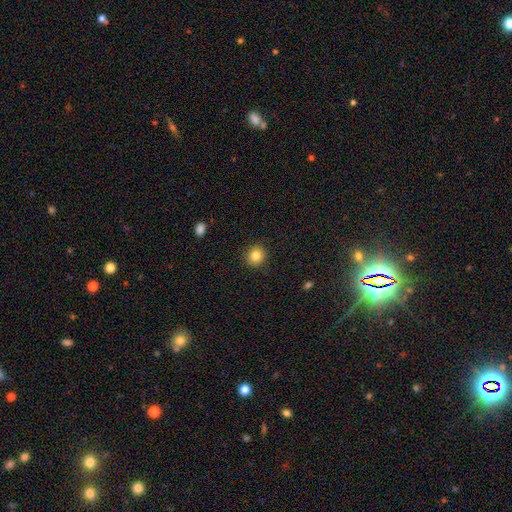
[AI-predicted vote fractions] smooth 84%, star or artifact 11%, featured or disk 6%. Down the decision tree: how rounded — round (89%); merging — none (90%).